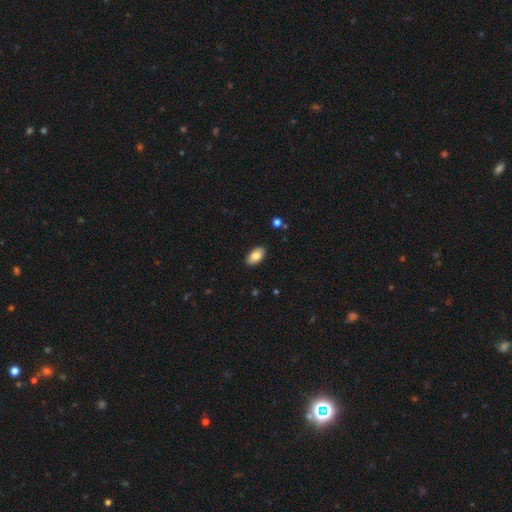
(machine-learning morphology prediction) Smooth or featured? smooth (82%)
How rounded? in between (94%)
Merging? none (89%)